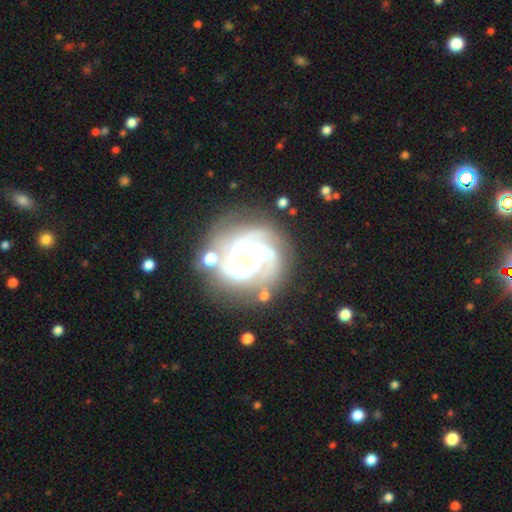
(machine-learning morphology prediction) type=featured or disk (85%); edge-on=no (98%); bar=no (75%); spiral arms=yes (94%); winding=tight (69%); arm count=3 (29%); bulge=small (69%); merging=none (67%).